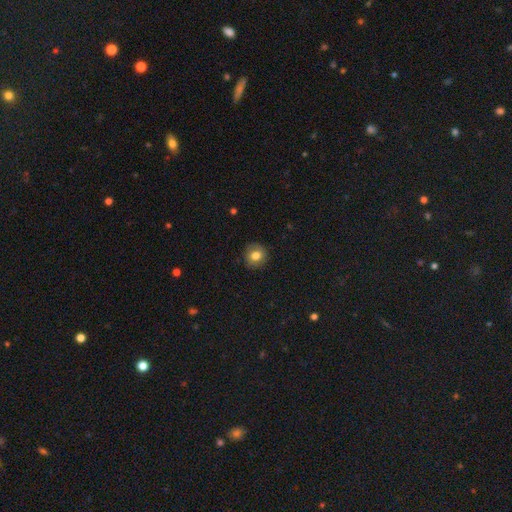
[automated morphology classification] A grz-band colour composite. It shows a smooth galaxy with no disk features (79%) that is round (90%). Merging: none (89%).